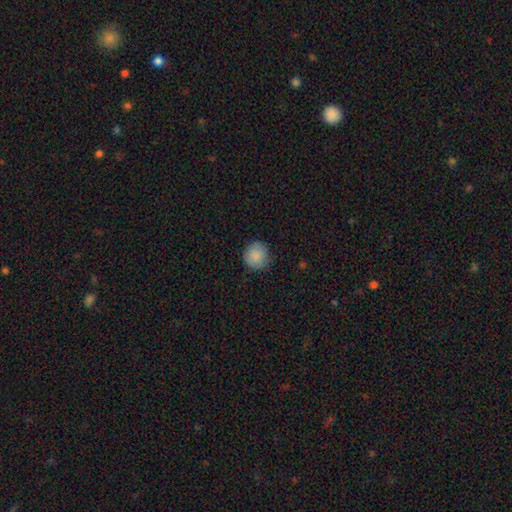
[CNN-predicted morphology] Q: Smooth or featured?
A: smooth (86%); runner-up: star or artifact (7%)
Q: How rounded?
A: round (92%); runner-up: in between (7%)
Q: Merging?
A: none (83%); runner-up: minor disturbance (13%)